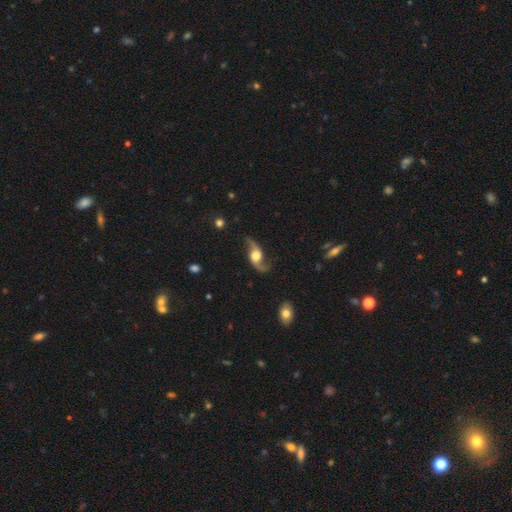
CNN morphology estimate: A featured or disk galaxy (88%) with no bar (66%), 2 (94%) loose (87%) spiral arms (96%) and a large central bulge (51%).

Vote fractions:
- Smooth or featured? featured or disk: 88% / smooth: 7% / star or artifact: 5%
- Edge-on disk? no: 91% / yes: 9%
- Bar? no: 66% / weak: 26% / strong: 8%
- Spiral arms? yes: 96% / no: 4%
- Spiral winding? loose: 87% / medium: 10% / tight: 3%
- Spiral arm count? 2: 94% / 1: 2% / can't tell: 1% / 3: 1% / 4: 1% / more than 4: 1%
- Bulge size? large: 51% / moderate: 30% / dominant: 10% / small: 6% / none: 3%
- Merging? none: 76% / minor disturbance: 14% / major disturbance: 8% / merger: 2%